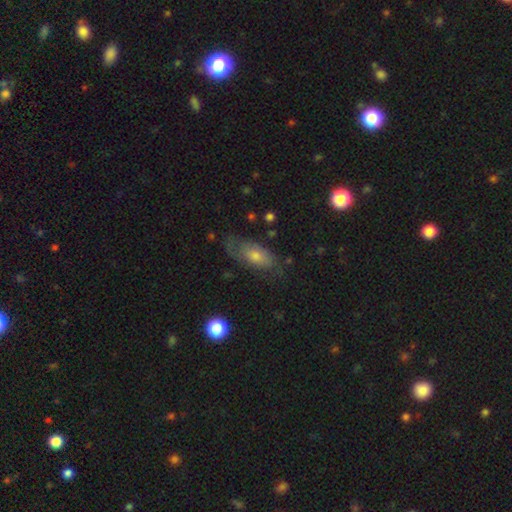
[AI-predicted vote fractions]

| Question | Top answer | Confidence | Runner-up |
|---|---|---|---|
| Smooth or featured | smooth | 49% | featured or disk (42%) |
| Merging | none | 58% | minor disturbance (25%) |